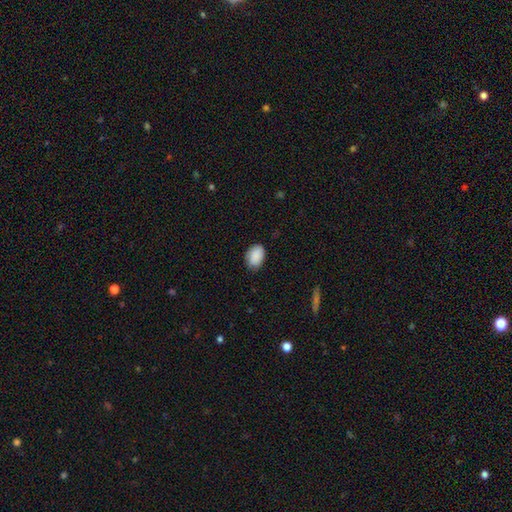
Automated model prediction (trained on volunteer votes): Overall: smooth (89%). How rounded: in between (83%). Merging: none (79%).